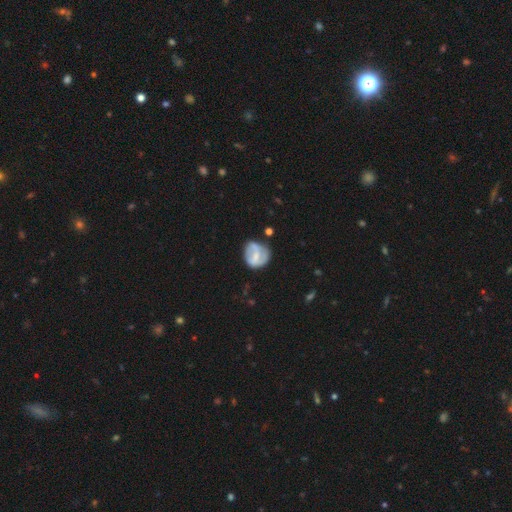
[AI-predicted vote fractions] A featured or disk galaxy (49%).

Vote fractions:
- Smooth or featured? featured or disk: 49% / smooth: 45% / star or artifact: 7%
- Merging? none: 55% / minor disturbance: 27% / major disturbance: 13% / merger: 5%